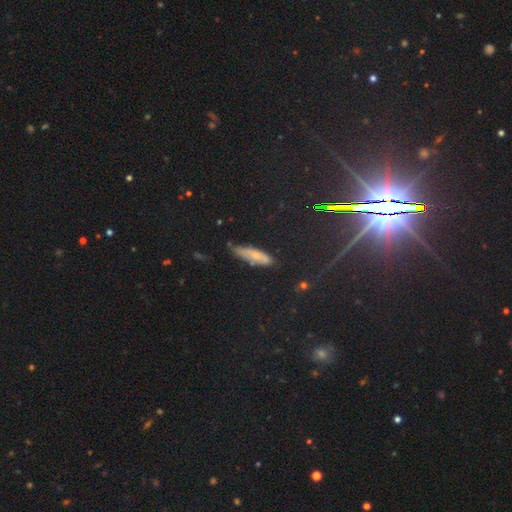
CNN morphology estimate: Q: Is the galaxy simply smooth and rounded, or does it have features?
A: smooth — 52%.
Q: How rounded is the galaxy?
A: cigar-shaped — 57%.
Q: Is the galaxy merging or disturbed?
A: none — 65%.